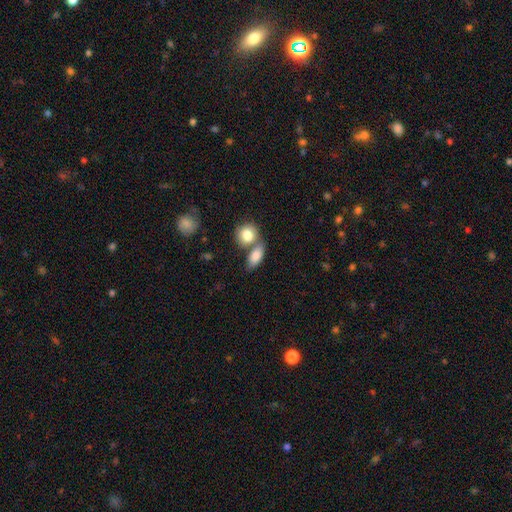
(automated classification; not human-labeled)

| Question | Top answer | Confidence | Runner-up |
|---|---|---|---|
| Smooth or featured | smooth | 84% | featured or disk (10%) |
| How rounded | in between | 81% | round (14%) |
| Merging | merger | 46% | none (38%) |